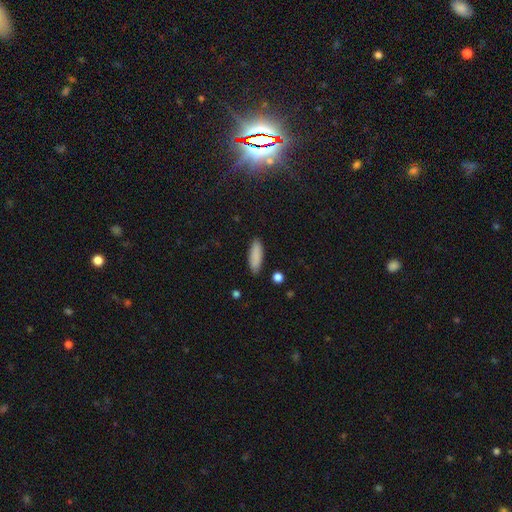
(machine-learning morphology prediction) Smooth or featured? smooth (87%)
How rounded? in between (53%)
Merging? none (87%)